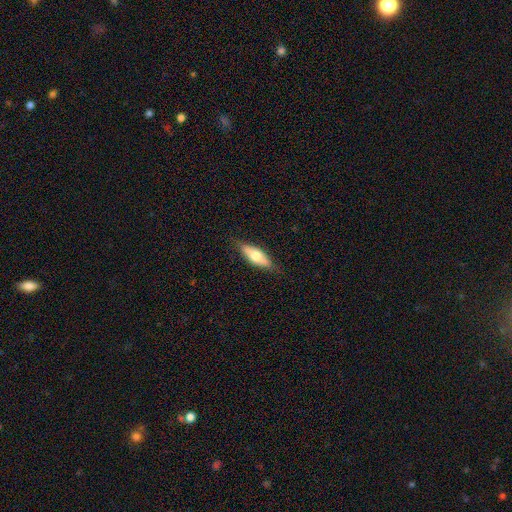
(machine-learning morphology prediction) A smooth galaxy with no disk features (59%) that is in between round and cigar-shaped (64%). Merging: none (82%).